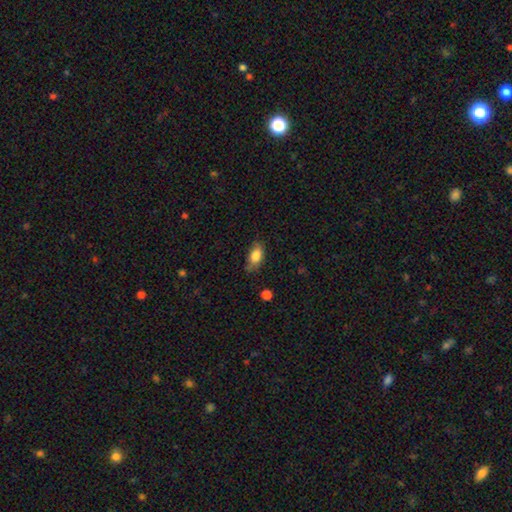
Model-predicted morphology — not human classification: This appears to be a smooth galaxy with no disk features (81%) that is in between round and cigar-shaped (87%). Merging: none (69%).